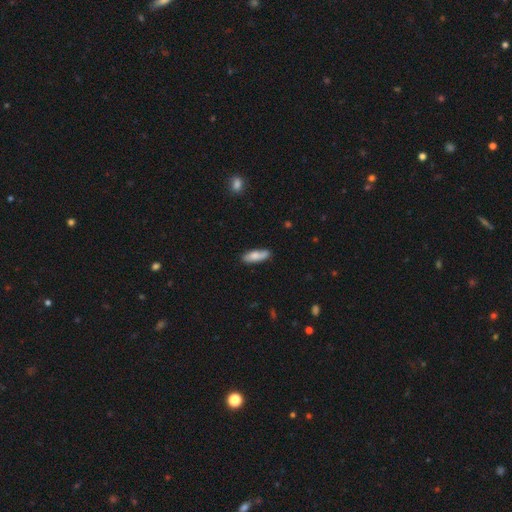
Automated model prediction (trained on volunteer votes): Smooth or featured?
  - smooth: 75% *
  - featured or disk: 19%
  - star or artifact: 6%
How rounded?
  - in between: 56% *
  - cigar-shaped: 42%
  - round: 2%
Merging?
  - none: 74% *
  - minor disturbance: 19%
  - merger: 3%
  - major disturbance: 3%